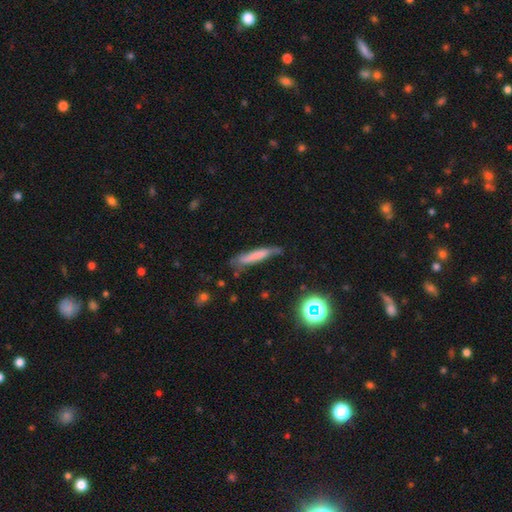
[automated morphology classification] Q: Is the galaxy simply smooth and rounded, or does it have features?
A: smooth — 66%.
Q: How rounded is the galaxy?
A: cigar-shaped — 89%.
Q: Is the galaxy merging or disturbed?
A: none — 60%.